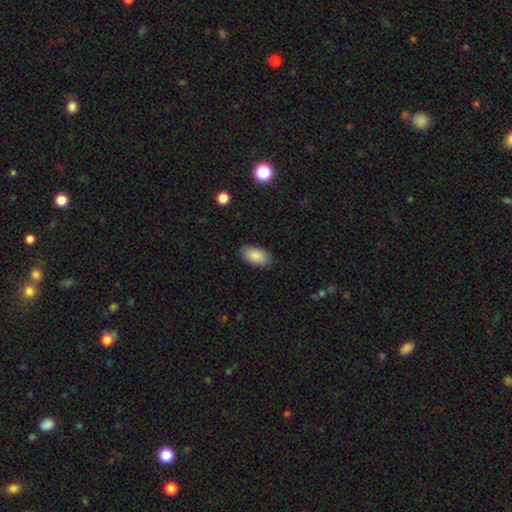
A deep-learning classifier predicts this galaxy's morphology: Smooth or featured: smooth — 87% (star or artifact — 7%)
How rounded: in between — 94% (round — 3%)
Merging: none — 85% (minor disturbance — 11%)